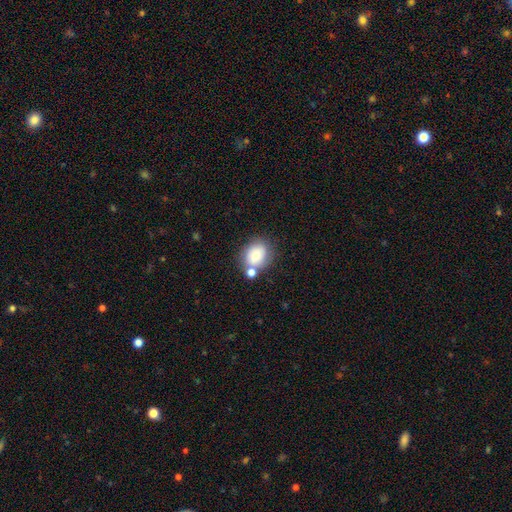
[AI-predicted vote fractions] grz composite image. It shows a smooth galaxy with no disk features (78%) that is round (52%). Merging: none (57%).